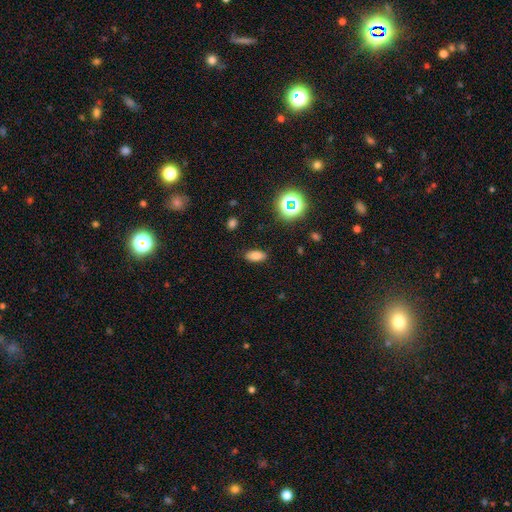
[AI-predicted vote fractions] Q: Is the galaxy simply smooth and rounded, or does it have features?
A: smooth — 78%.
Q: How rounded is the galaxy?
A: in between — 85%.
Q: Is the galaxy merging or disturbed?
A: none — 87%.